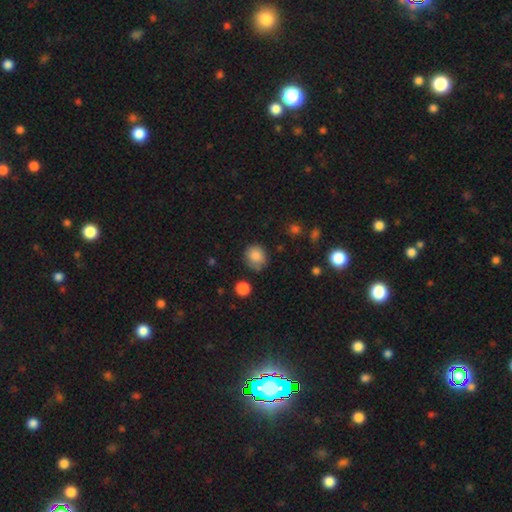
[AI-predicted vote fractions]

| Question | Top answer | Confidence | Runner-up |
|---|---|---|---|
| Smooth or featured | smooth | 85% | star or artifact (10%) |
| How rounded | round | 73% | in between (26%) |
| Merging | none | 68% | minor disturbance (23%) |